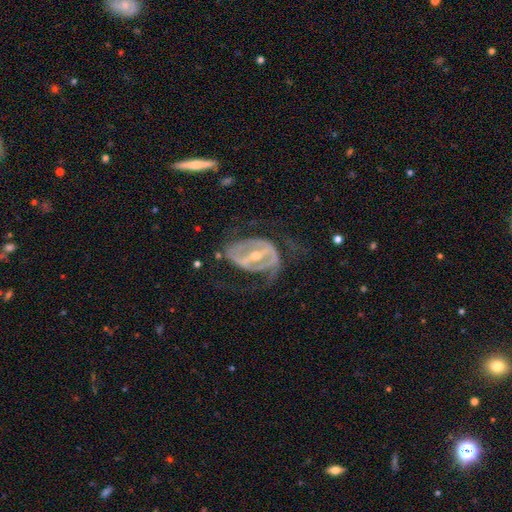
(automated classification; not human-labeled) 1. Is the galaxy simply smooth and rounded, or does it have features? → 85% featured or disk, 9% smooth, 6% star or artifact.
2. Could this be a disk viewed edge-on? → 93% no, 7% yes.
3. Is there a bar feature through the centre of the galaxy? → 70% strong, 22% weak, 9% no.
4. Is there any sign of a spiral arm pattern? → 68% yes, 32% no.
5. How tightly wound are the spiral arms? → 41% medium, 32% tight, 28% loose.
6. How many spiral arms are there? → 65% 2, 18% can't tell, 11% 1, 3% 3, 1% 4, 1% more than 4.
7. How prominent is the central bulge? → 51% small, 46% moderate, 2% large, 1% none, 1% dominant.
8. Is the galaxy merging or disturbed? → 46% none, 33% major disturbance, 19% minor disturbance, 2% merger.